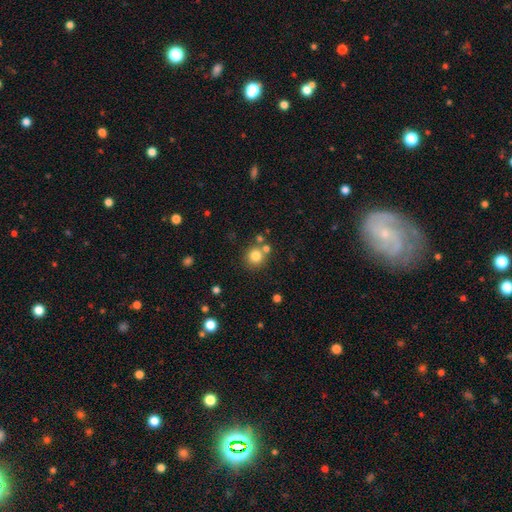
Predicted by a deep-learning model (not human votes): A smooth galaxy with no disk features (79%) that is round (91%).

Vote fractions:
- Smooth or featured? smooth: 79% / star or artifact: 13% / featured or disk: 8%
- How rounded? round: 91% / in between: 8% / cigar-shaped: 1%
- Merging? none: 71% / merger: 18% / minor disturbance: 8% / major disturbance: 3%